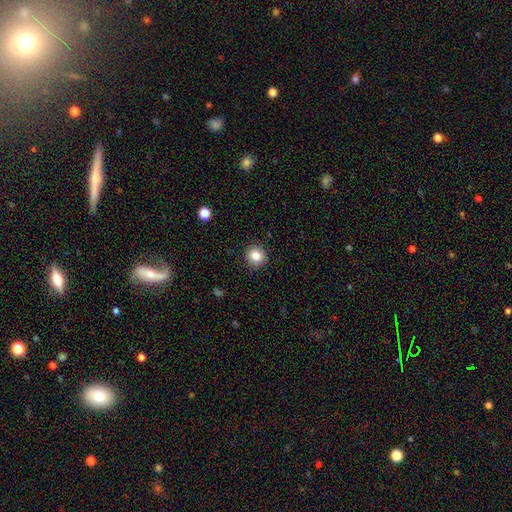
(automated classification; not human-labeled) The model was most divided on "smooth or featured": smooth: 84%, star or artifact: 11%, featured or disk: 5%. More confident: how rounded — round (91%); merging — none (91%).